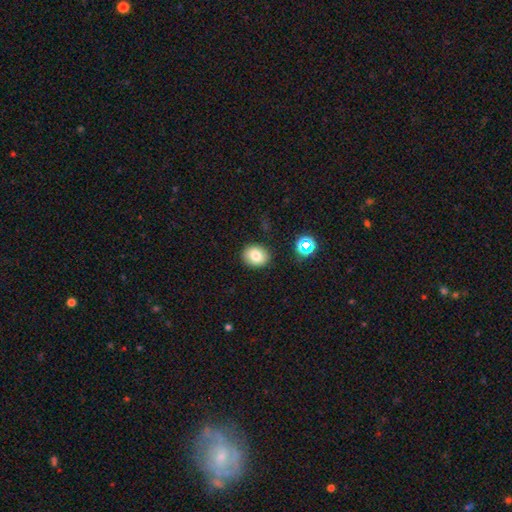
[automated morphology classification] smooth_or_featured: smooth (p=0.80) [alt: star or artifact p=0.11]
how_rounded: round (p=0.58) [alt: in between p=0.41]
merging: none (p=0.86) [alt: minor disturbance p=0.09]